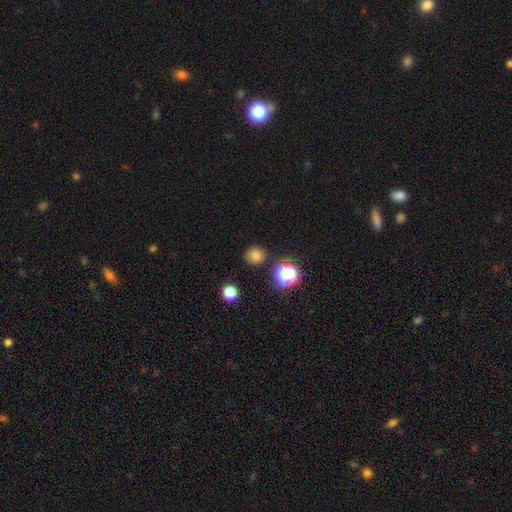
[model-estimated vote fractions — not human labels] smooth 75%, star or artifact 19%, featured or disk 6%. Down the decision tree: how rounded — round (89%); merging — none (84%).